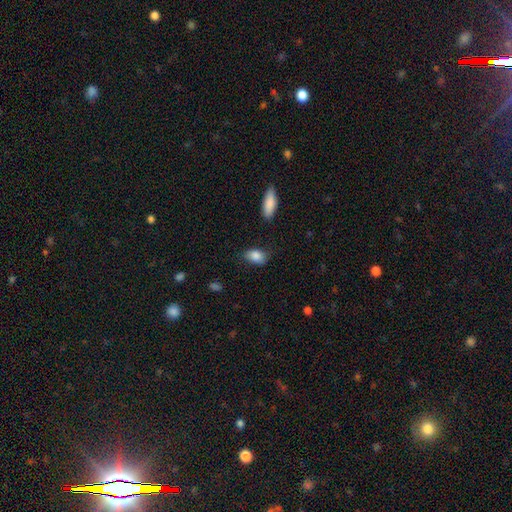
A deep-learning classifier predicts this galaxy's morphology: Overall: smooth (86%). How rounded: in between (89%). Merging: none (76%).